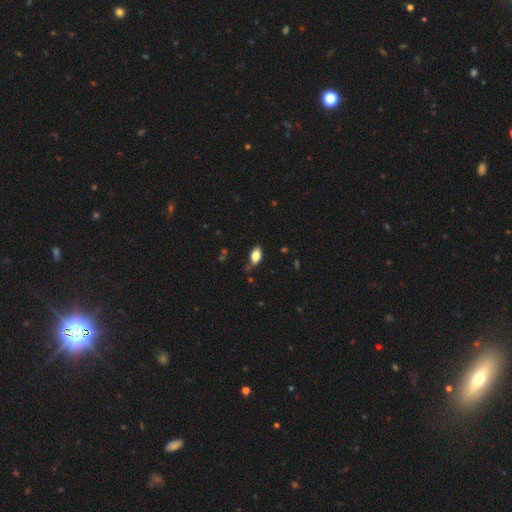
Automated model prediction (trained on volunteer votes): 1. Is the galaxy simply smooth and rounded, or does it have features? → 80% smooth, 12% featured or disk, 8% star or artifact.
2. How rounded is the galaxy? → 90% in between, 6% round, 4% cigar-shaped.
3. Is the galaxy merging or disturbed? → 73% none, 20% minor disturbance, 4% major disturbance, 3% merger.